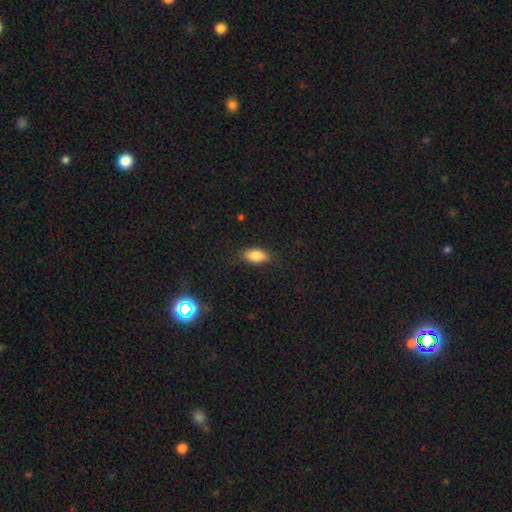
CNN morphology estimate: This appears to be a smooth galaxy with no disk features (84%) that is in between round and cigar-shaped (88%). Merging: none (84%).